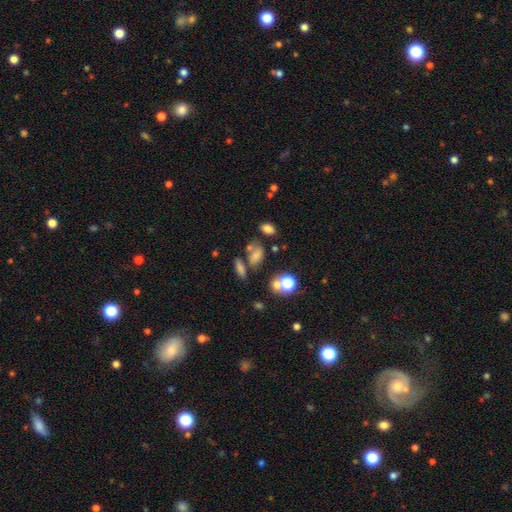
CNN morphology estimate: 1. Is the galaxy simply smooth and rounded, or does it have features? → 66% smooth, 19% star or artifact, 14% featured or disk.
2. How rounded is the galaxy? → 74% in between, 19% round, 7% cigar-shaped.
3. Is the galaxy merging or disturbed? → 50% none, 23% merger, 17% minor disturbance, 10% major disturbance.